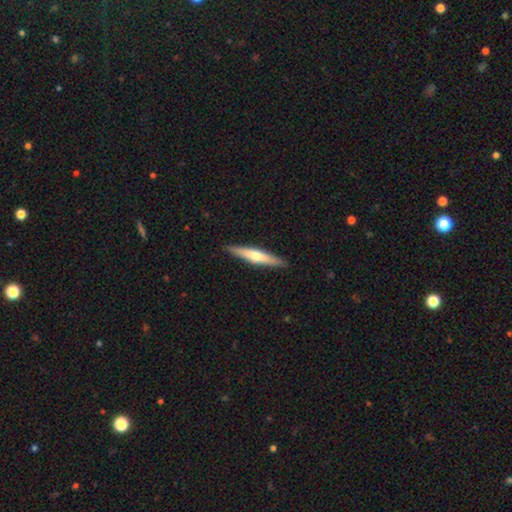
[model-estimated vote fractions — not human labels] A featured or disk galaxy (53%) viewed edge-on (95%) with a rounded central bulge (85%).

Vote fractions:
- Smooth or featured? featured or disk: 53% / smooth: 41% / star or artifact: 5%
- Edge-on disk? yes: 95% / no: 5%
- Edge-on bulge? rounded: 85% / none: 10% / boxy: 4%
- Merging? none: 91% / minor disturbance: 7% / major disturbance: 1% / merger: 1%